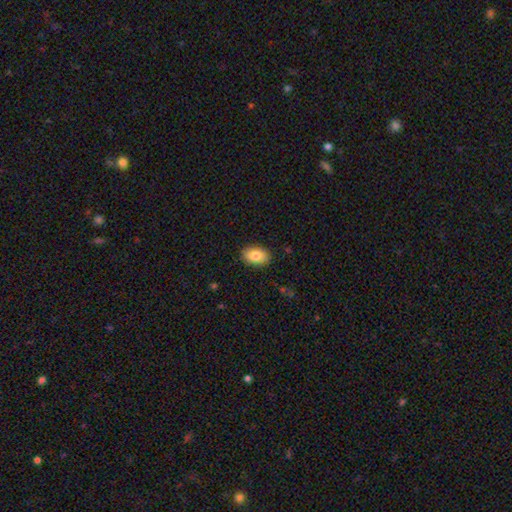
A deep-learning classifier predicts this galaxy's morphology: A smooth galaxy with no disk features (83%) that is in between round and cigar-shaped (88%). Merging: none (88%).